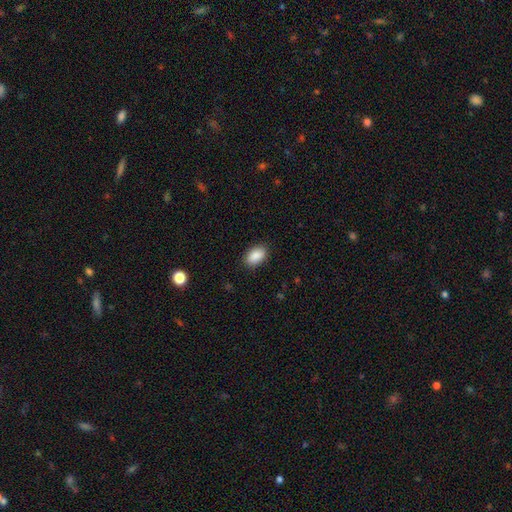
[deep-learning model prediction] Smooth or featured? Predicted: smooth (p=0.89). How rounded? Predicted: in between (p=0.92). Merging? Predicted: none (p=0.88).